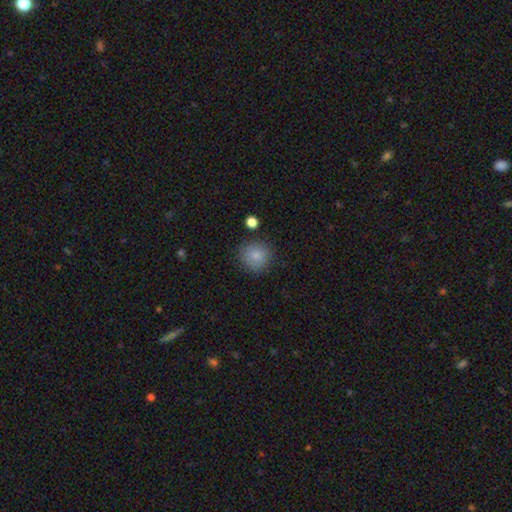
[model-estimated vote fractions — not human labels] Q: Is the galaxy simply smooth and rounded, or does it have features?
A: smooth — 83%.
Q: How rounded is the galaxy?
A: round — 91%.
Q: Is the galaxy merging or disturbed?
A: none — 82%.